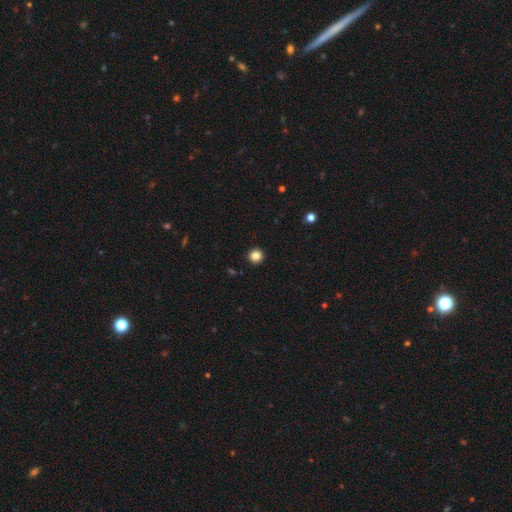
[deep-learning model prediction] Smooth or featured? Predicted: smooth (p=0.85). How rounded? Predicted: round (p=0.95). Merging? Predicted: none (p=0.93).